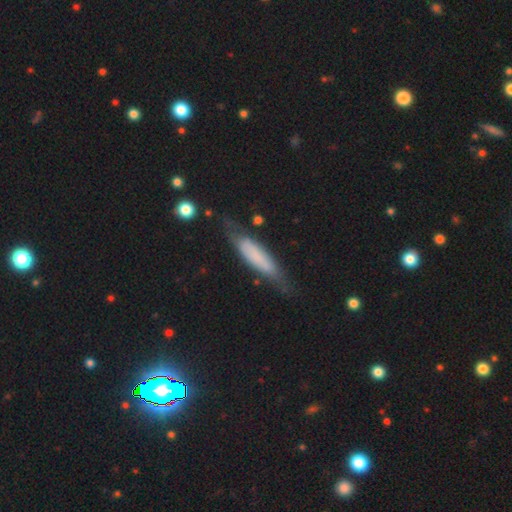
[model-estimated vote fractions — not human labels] A smooth galaxy with no disk features (58%) that is cigar-shaped (74%). Merging: none (60%).